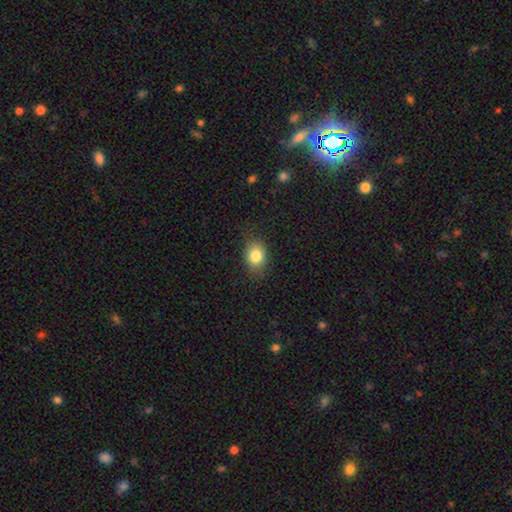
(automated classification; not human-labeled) Overall: smooth (82%). How rounded: in between (64%; round 35%). Merging: none (82%).